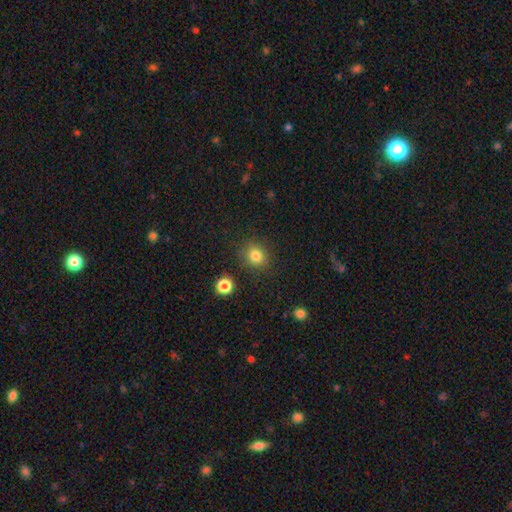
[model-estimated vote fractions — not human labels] This is clearly a smooth galaxy (82%). How rounded: clearly round (80%). Merging: clearly none (84%).